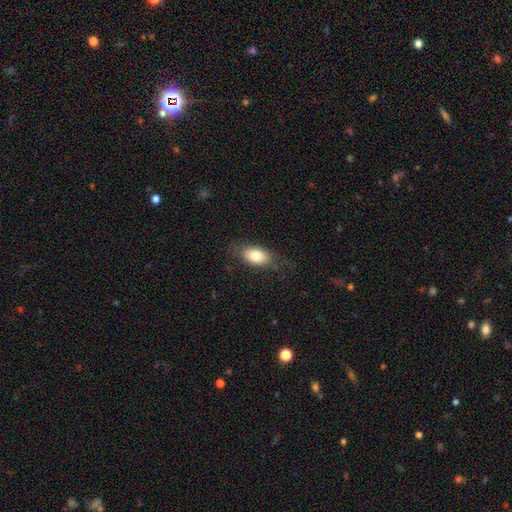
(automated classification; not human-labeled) smooth_or_featured: smooth (p=0.78) [alt: featured or disk p=0.15]
how_rounded: in between (p=0.89) [alt: round p=0.06]
merging: none (p=0.74) [alt: minor disturbance p=0.17]